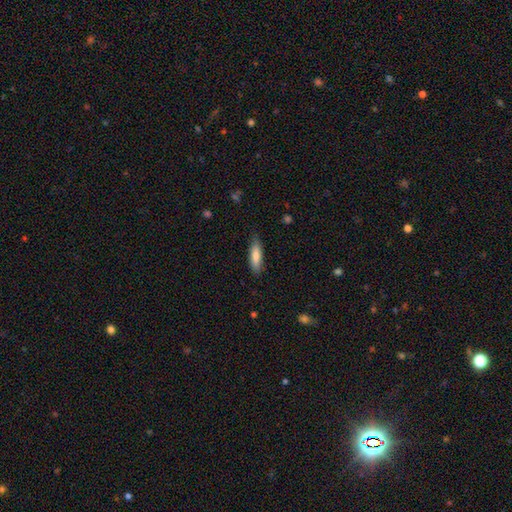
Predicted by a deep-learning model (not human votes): The model was most divided on "how rounded": cigar-shaped: 61%, in between: 37%, round: 2%. More confident: merging — none (82%); smooth or featured — smooth (78%).